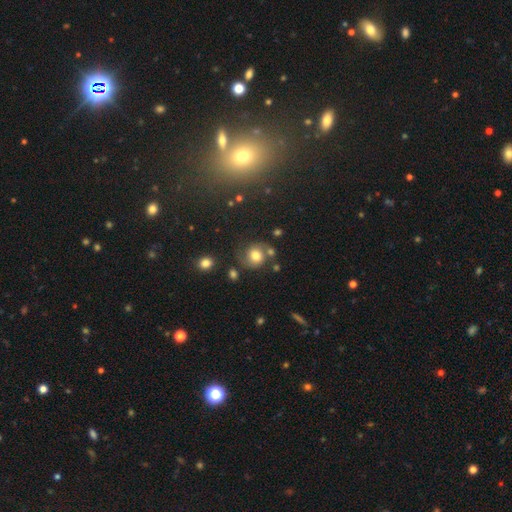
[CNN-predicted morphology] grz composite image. It shows a smooth galaxy with no disk features (65%) that is round (80%). Merging: none (65%).